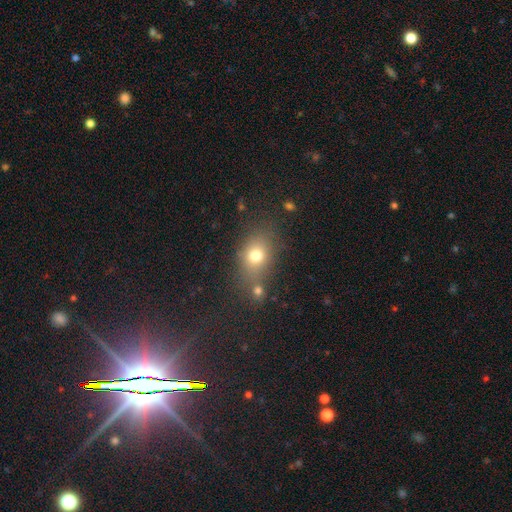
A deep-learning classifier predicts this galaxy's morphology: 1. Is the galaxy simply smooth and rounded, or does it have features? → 73% smooth, 15% star or artifact, 12% featured or disk.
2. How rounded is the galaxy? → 56% in between, 42% round, 2% cigar-shaped.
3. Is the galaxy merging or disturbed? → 60% none, 19% merger, 14% minor disturbance, 7% major disturbance.